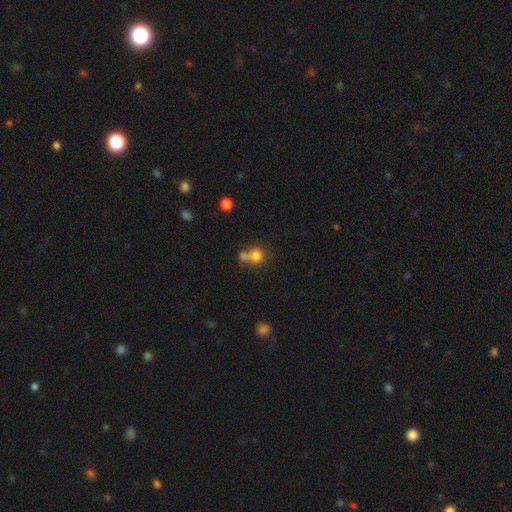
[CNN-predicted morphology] type=smooth (77%); roundness=round (78%); merging=merger (47%).